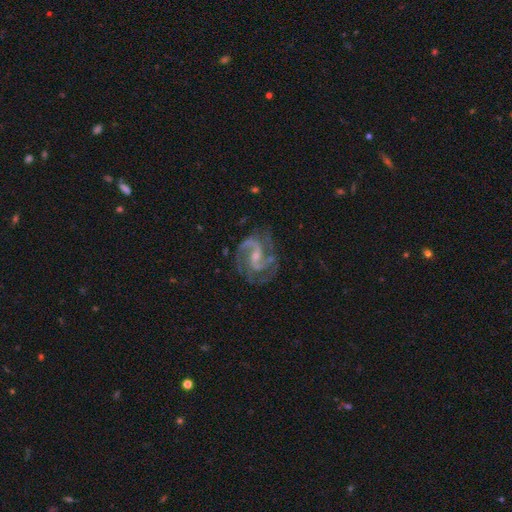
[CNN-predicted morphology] Overall: featured or disk (92%). Edge-on disk: no (98%). Bar: weak (54%; no 28%). Spiral arms: yes (98%). Spiral arm count: 2 (76%). Spiral winding: medium (61%; tight 23%). Bulge size: small (55%; moderate 33%). Merging: none (70%).